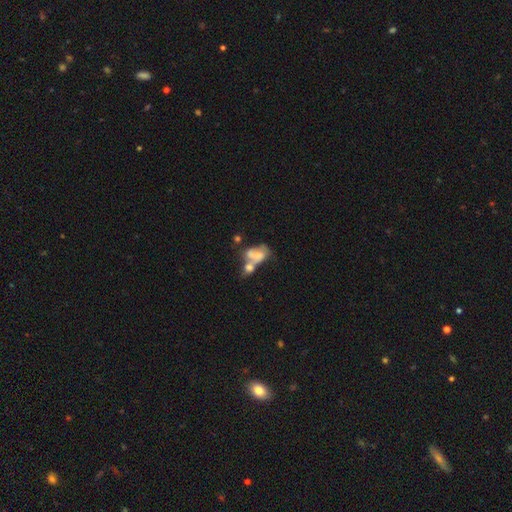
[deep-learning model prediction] Q: Smooth or featured?
A: featured or disk (45%); runner-up: smooth (44%)
Q: Merging?
A: merger (64%); runner-up: major disturbance (14%)